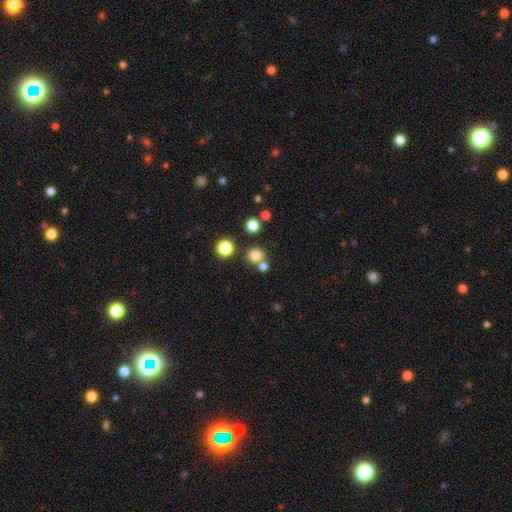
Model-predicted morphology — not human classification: Smooth or featured: smooth — 78% (star or artifact — 16%)
How rounded: round — 85% (in between — 14%)
Merging: none — 70% (merger — 19%)